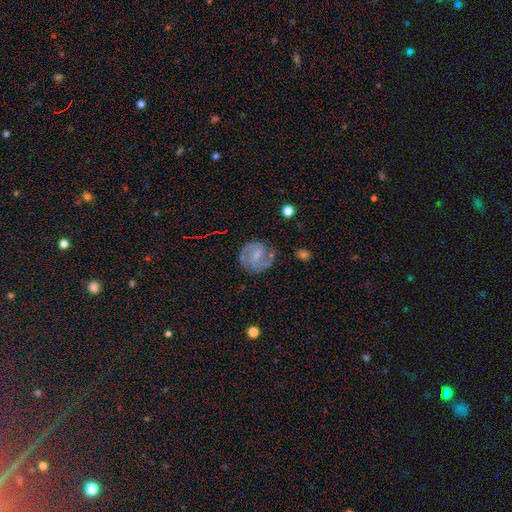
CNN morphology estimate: Overall: featured or disk (77%). Edge-on disk: no (98%). Bar: weak (53%; no 30%). Spiral arms: yes (93%). Spiral arm count: 2 (78%). Spiral winding: medium (48%; tight 37%). Bulge size: small (45%; none 32%). Merging: none (74%).